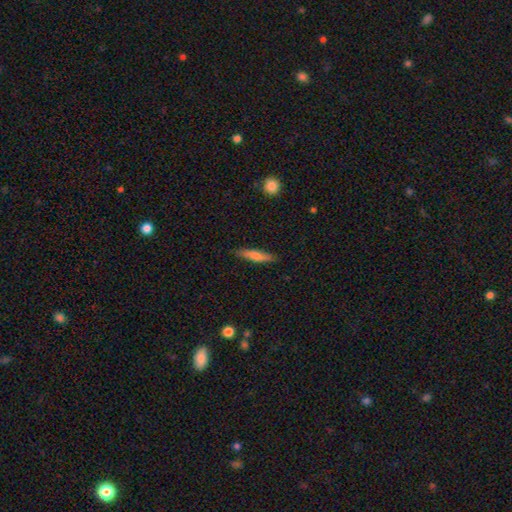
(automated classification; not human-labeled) smooth 68%, featured or disk 26%, star or artifact 6%. Down the decision tree: how rounded — cigar-shaped (85%); merging — none (87%).